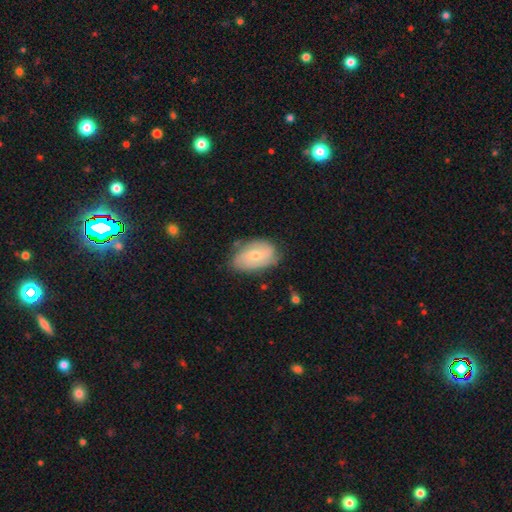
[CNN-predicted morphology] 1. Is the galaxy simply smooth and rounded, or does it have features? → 50% smooth, 43% featured or disk, 7% star or artifact.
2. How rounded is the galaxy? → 89% in between, 9% round, 2% cigar-shaped.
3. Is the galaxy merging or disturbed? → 67% none, 25% minor disturbance, 6% major disturbance, 2% merger.